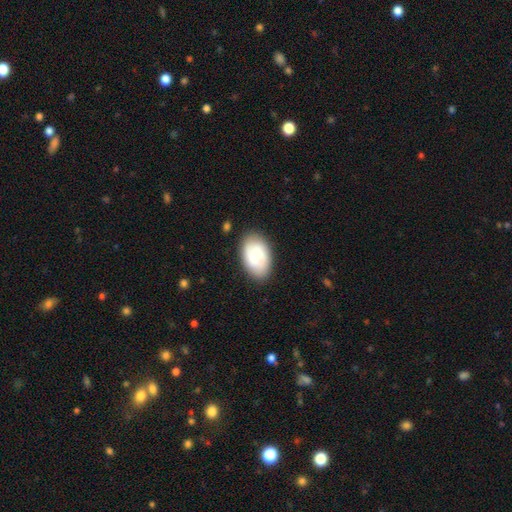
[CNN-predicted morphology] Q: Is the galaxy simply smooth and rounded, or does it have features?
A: smooth — 76%.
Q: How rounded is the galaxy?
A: in between — 92%.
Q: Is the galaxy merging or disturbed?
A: none — 83%.